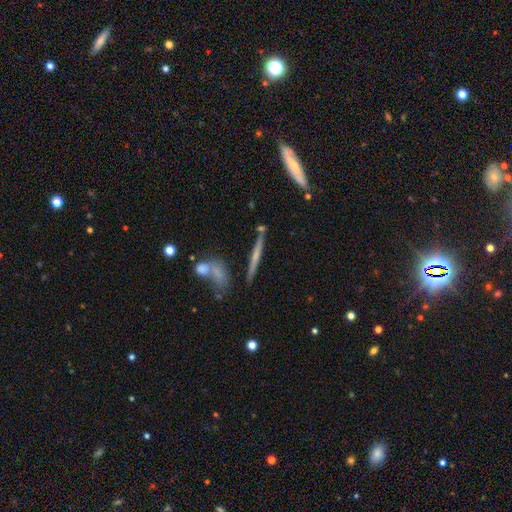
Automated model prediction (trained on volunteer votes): This appears to be a featured or disk galaxy (52%) viewed edge-on (95%). Merging: none (77%).